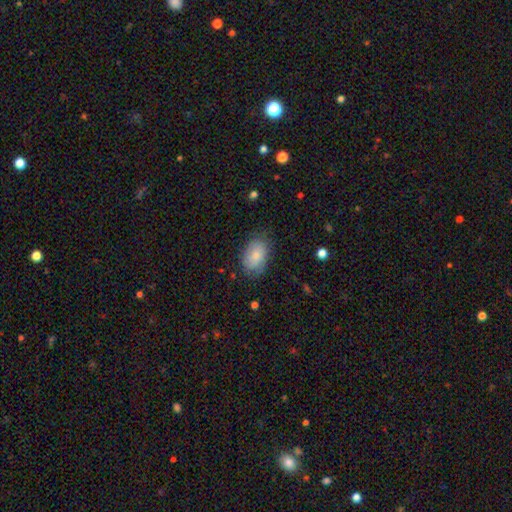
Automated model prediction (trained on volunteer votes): Q: Smooth or featured?
A: smooth (83%); runner-up: featured or disk (10%)
Q: How rounded?
A: in between (86%); runner-up: round (13%)
Q: Merging?
A: none (71%); runner-up: minor disturbance (21%)